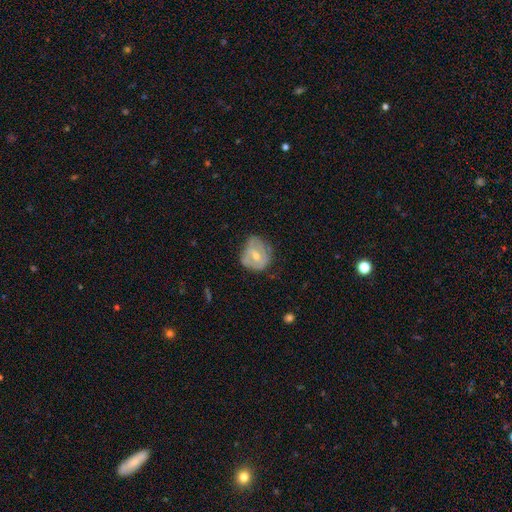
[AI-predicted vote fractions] This appears to be a featured or disk galaxy (51%). Merging: none (47%).